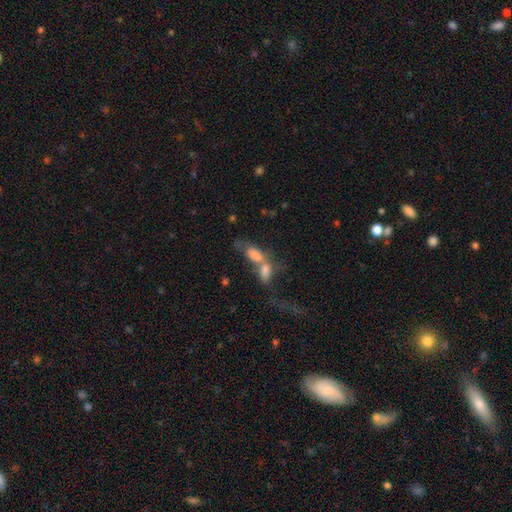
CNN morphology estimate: smooth_or_featured: smooth (p=0.59) [alt: featured or disk p=0.27]
how_rounded: in between (p=0.76) [alt: cigar-shaped p=0.15]
merging: merger (p=0.72) [alt: none p=0.13]